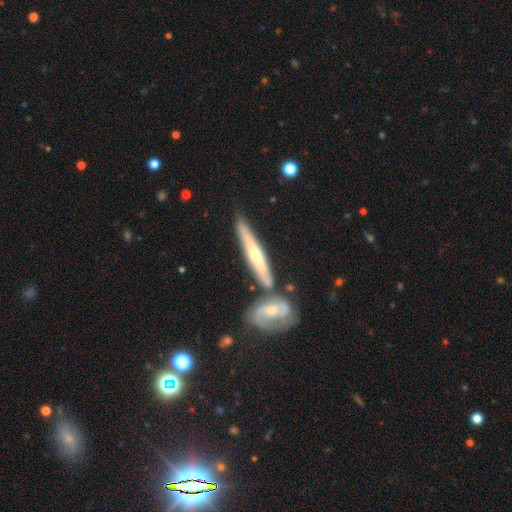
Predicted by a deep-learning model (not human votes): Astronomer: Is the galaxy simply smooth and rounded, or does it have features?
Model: featured or disk — 63%.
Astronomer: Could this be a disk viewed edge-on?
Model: yes — 87%.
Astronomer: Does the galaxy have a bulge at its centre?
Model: rounded — 74%.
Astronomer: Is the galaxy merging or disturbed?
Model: none — 67%.